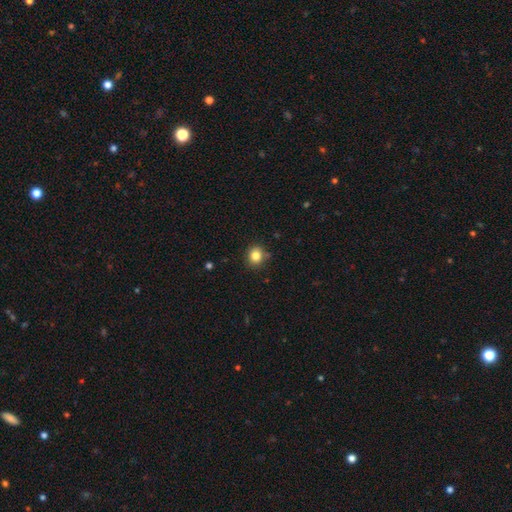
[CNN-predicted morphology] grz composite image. It shows a smooth galaxy with no disk features (83%) that is round (74%). Merging: none (84%).